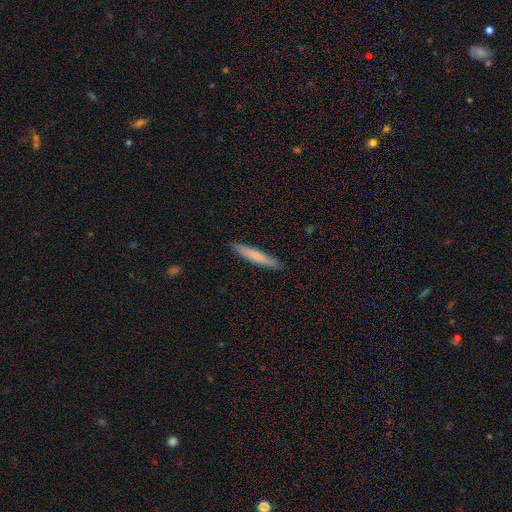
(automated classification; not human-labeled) Smooth or featured? smooth (67%)
How rounded? cigar-shaped (94%)
Merging? none (89%)